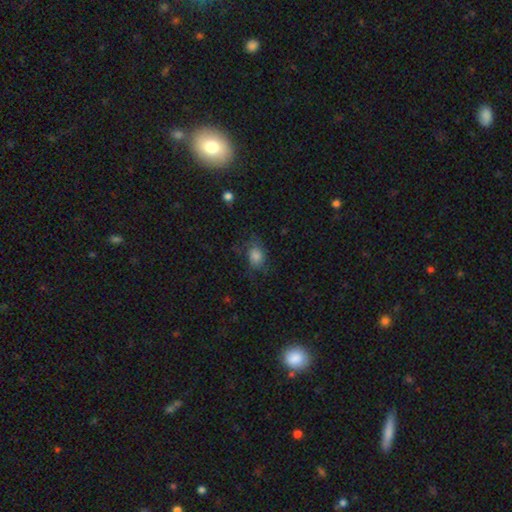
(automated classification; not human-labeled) smooth 69%, featured or disk 19%, star or artifact 12%. Down the decision tree: how rounded — in between (63%); merging — none (54%).